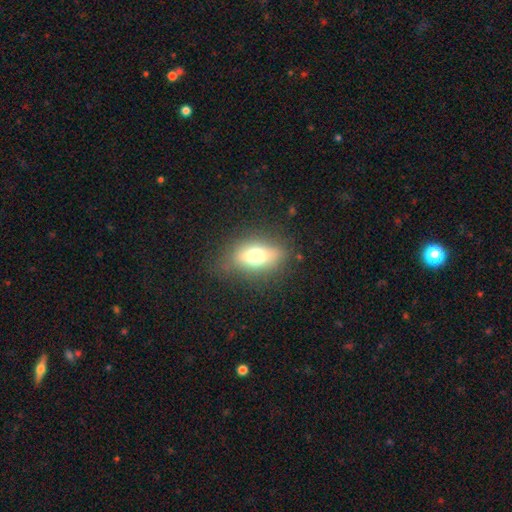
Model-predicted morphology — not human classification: Overall: smooth (64%; featured or disk 25%). How rounded: in between (75%). Merging: none (78%).